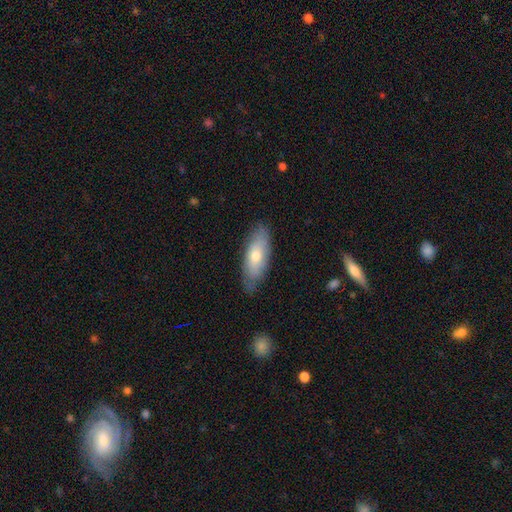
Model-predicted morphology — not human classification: Smooth or featured?
  - smooth: 64% *
  - featured or disk: 31%
  - star or artifact: 6%
How rounded?
  - in between: 71% *
  - cigar-shaped: 27%
  - round: 2%
Merging?
  - none: 76% *
  - minor disturbance: 19%
  - major disturbance: 4%
  - merger: 1%